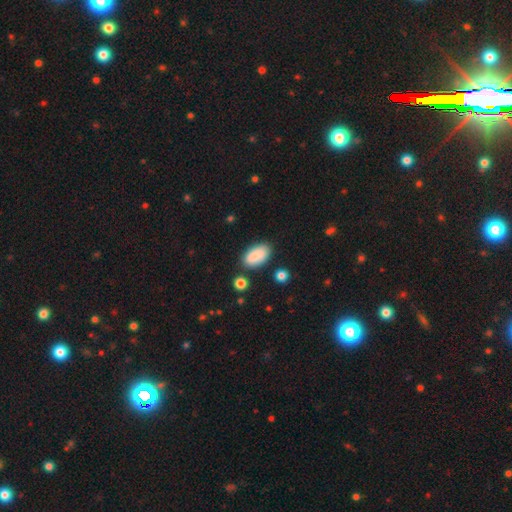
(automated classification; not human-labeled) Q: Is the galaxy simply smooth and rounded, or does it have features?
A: smooth — 86%.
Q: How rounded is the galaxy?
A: in between — 93%.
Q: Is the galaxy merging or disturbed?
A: none — 76%.